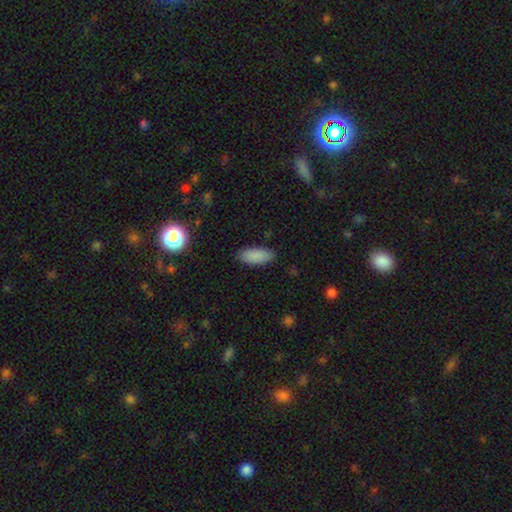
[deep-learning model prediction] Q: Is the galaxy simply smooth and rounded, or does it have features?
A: smooth — 88%.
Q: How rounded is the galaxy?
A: in between — 86%.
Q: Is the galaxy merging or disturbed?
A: none — 85%.